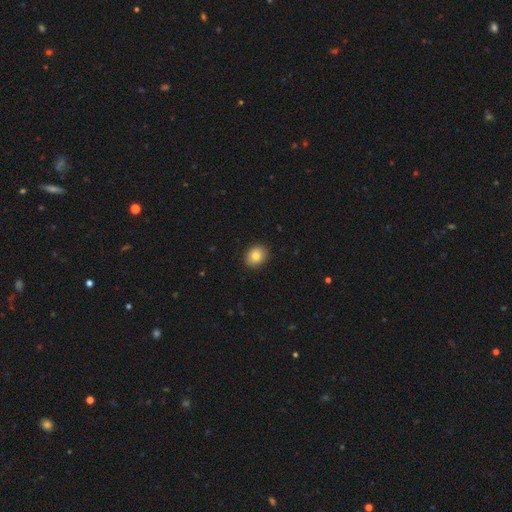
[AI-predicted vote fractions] Overall: smooth (82%). How rounded: in between (54%; round 45%). Merging: none (90%).